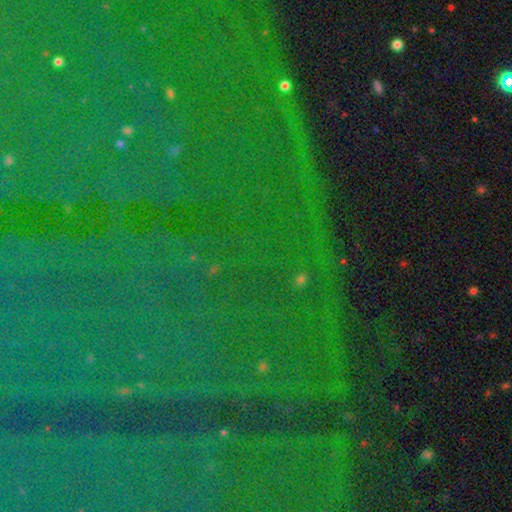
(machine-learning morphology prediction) Overall: star or artifact (86%).